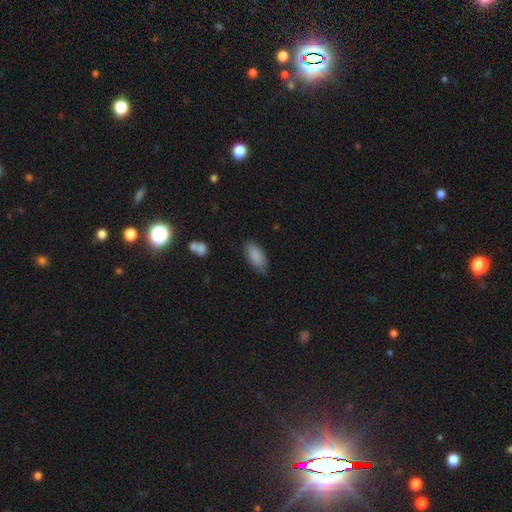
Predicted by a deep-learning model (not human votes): This is clearly a smooth galaxy (88%). How rounded: clearly in between (87%). Merging: likely none (75%).